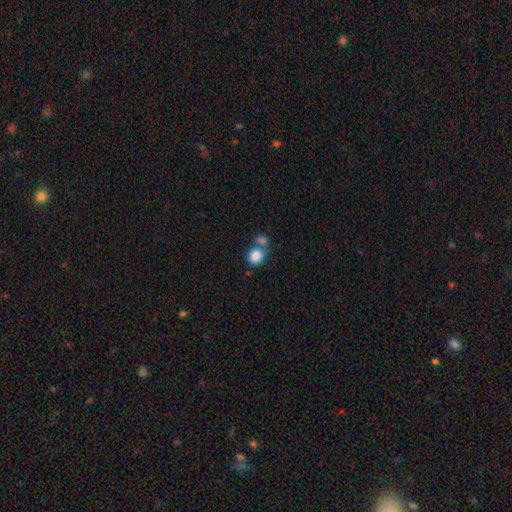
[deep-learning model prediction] Smooth or featured? smooth (84%)
How rounded? round (67%)
Merging? none (43%)